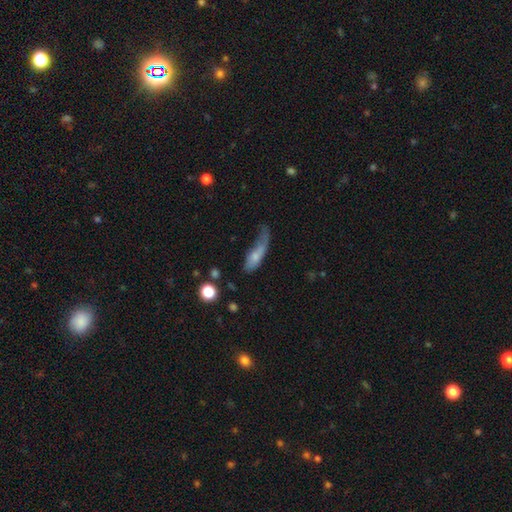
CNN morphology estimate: This is likely a smooth galaxy (66%). How rounded: possibly cigar-shaped (51%). Merging: marginally major disturbance (42%).